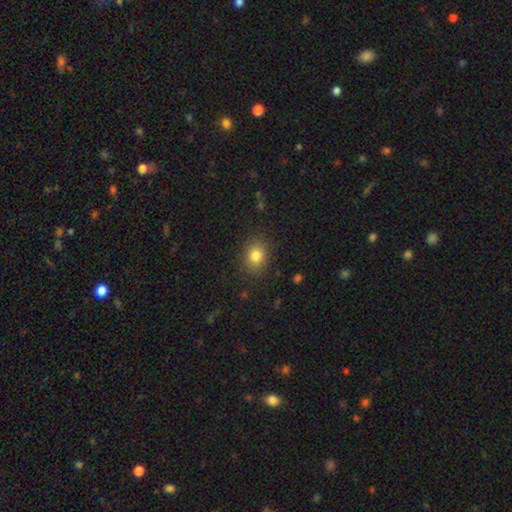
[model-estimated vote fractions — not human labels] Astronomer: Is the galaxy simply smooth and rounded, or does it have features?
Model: smooth — 81%.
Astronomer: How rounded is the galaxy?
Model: round — 52% (runner-up: in between, 47%).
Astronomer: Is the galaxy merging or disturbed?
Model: none — 86%.